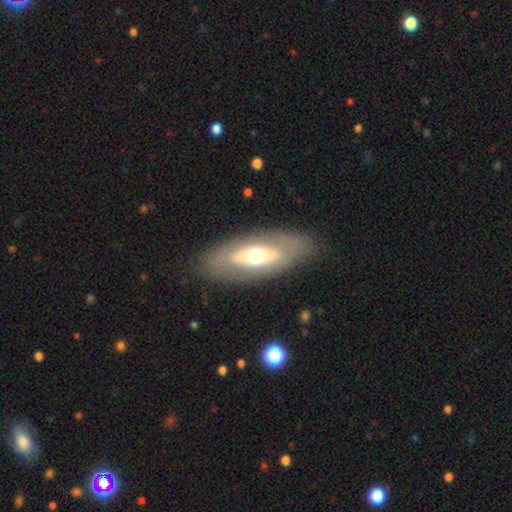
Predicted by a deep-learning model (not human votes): Smooth or featured? Predicted: featured or disk (p=0.60). Edge-on disk? Predicted: no (p=0.82). Merging? Predicted: none (p=0.84).